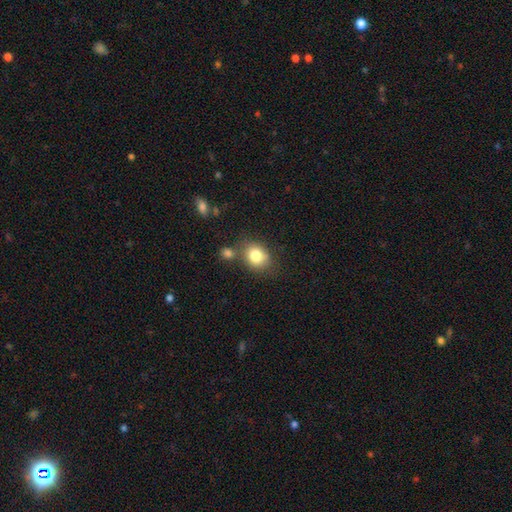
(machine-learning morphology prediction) Smooth or featured? smooth (81%)
How rounded? round (52%)
Merging? none (63%)